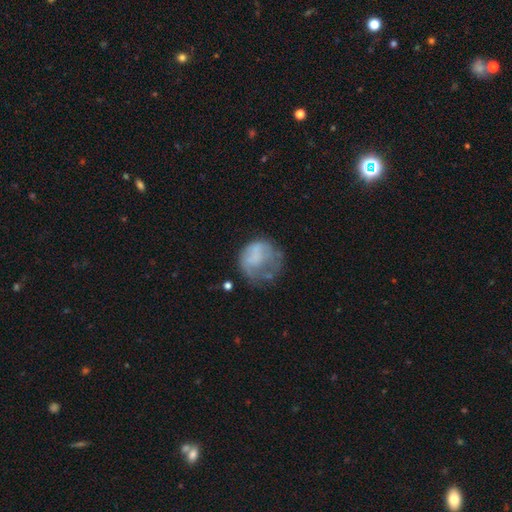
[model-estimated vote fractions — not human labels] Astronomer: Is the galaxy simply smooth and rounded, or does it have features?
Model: smooth — 53% (runner-up: featured or disk, 37%).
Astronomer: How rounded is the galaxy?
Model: round — 77%.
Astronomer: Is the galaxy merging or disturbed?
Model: none — 37% (runner-up: major disturbance, 35%).